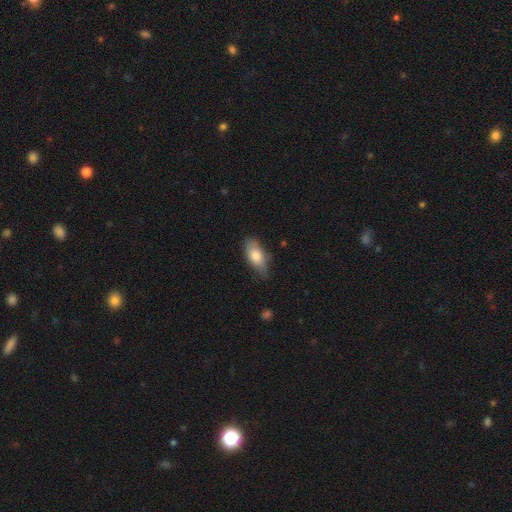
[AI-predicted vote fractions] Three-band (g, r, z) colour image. It shows a smooth galaxy with no disk features (75%) that is in between round and cigar-shaped (87%). Merging: none (59%).